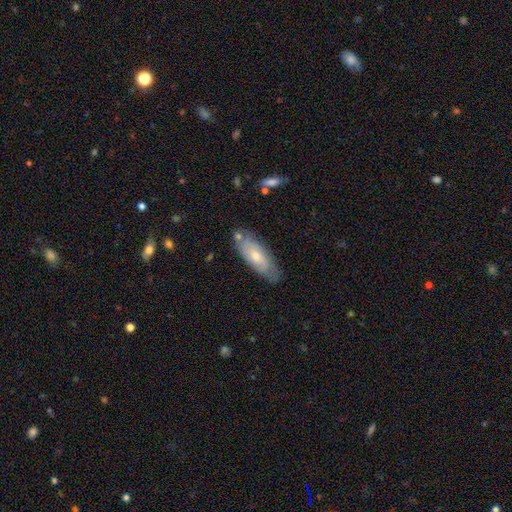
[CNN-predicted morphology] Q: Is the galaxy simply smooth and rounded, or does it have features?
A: smooth — 51%.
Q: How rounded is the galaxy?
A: in between — 68%.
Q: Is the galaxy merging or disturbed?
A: none — 74%.